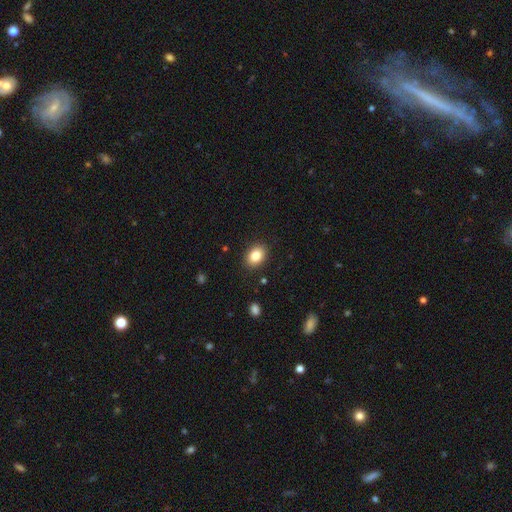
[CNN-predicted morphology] A smooth galaxy with no disk features (84%) that is in between round and cigar-shaped (72%). Merging: none (88%).